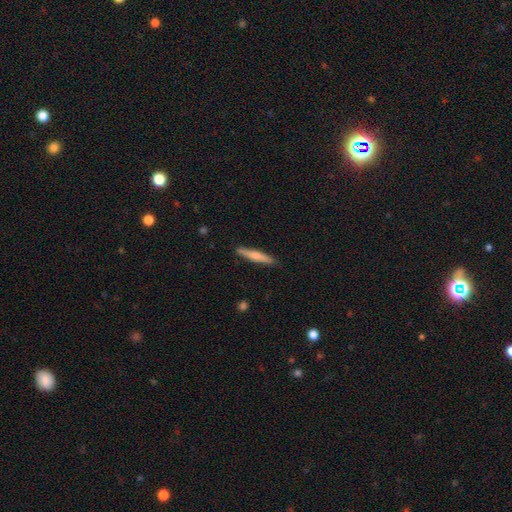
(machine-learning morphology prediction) A smooth galaxy with no disk features (65%) that is cigar-shaped (94%).

Vote fractions:
- Smooth or featured? smooth: 65% / featured or disk: 30% / star or artifact: 6%
- How rounded? cigar-shaped: 94% / in between: 5% / round: 1%
- Merging? none: 88% / minor disturbance: 9% / major disturbance: 2% / merger: 1%